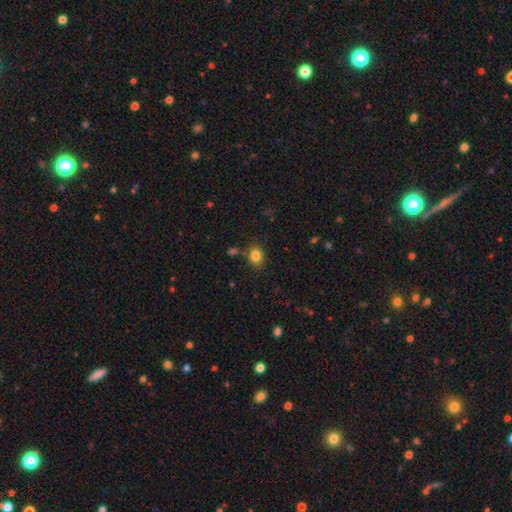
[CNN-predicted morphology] smooth-or-featured: smooth: 84% | star or artifact: 10% | featured or disk: 6%
  how-rounded: in between: 63% | round: 36% | cigar-shaped: 1%
  merging: none: 80% | minor disturbance: 12% | merger: 5% | major disturbance: 3%